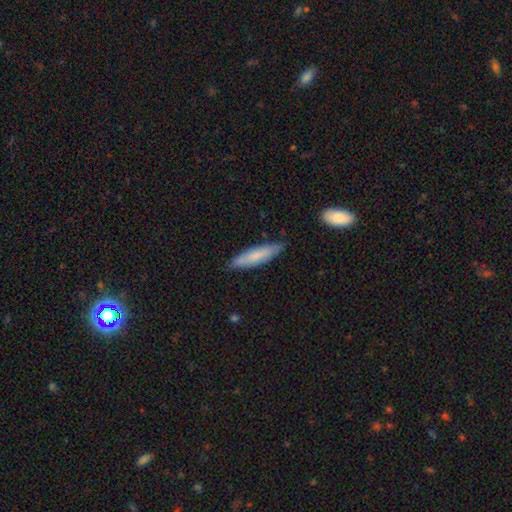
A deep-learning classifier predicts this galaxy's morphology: smooth 72%, featured or disk 22%, star or artifact 6%. Down the decision tree: how rounded — cigar-shaped (74%); merging — none (80%).